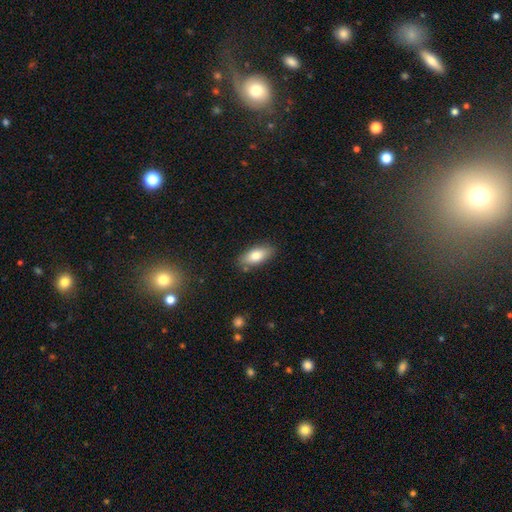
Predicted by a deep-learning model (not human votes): The model was most divided on "smooth or featured": smooth: 80%, featured or disk: 14%, star or artifact: 7%. More confident: merging — none (84%); how rounded — in between (84%).